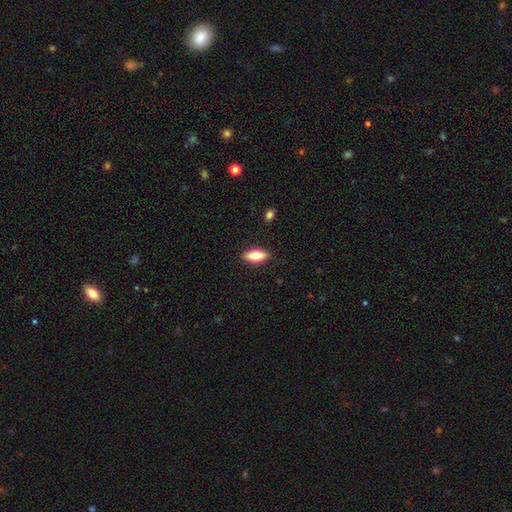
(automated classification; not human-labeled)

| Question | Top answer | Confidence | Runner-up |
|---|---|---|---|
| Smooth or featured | smooth | 77% | featured or disk (16%) |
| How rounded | in between | 80% | cigar-shaped (17%) |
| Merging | none | 89% | minor disturbance (8%) |